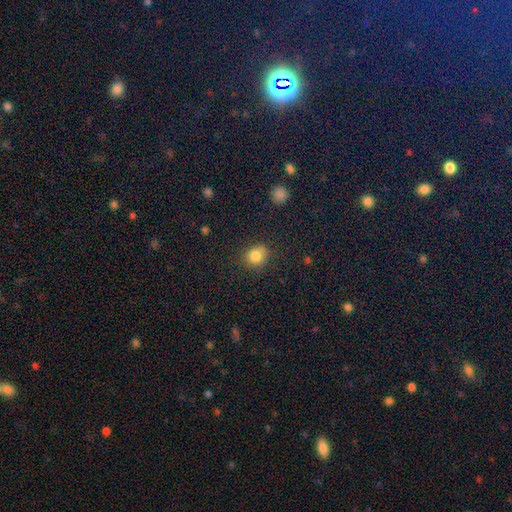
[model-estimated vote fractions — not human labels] This is clearly a smooth galaxy (83%). How rounded: likely round (79%). Merging: likely none (76%).